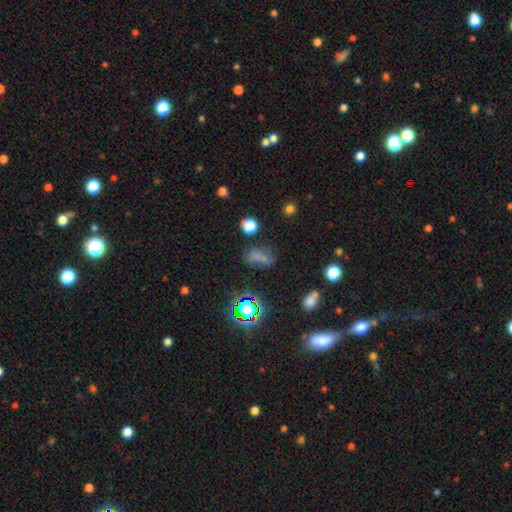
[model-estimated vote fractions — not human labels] Smooth or featured? Predicted: smooth (p=0.49). Merging? Predicted: none (p=0.60).